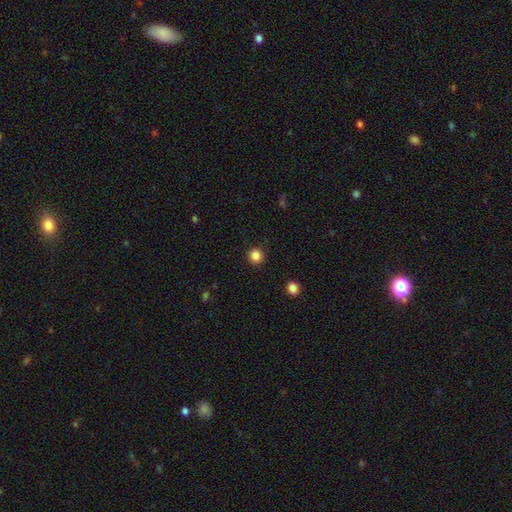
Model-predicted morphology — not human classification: Smooth or featured? smooth (85%)
How rounded? round (93%)
Merging? none (92%)